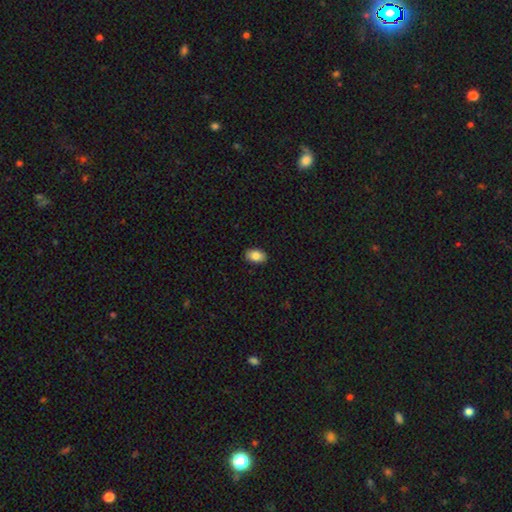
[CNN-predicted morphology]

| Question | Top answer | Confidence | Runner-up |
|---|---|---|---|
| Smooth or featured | smooth | 85% | featured or disk (8%) |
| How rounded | in between | 88% | round (10%) |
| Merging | none | 88% | minor disturbance (9%) |